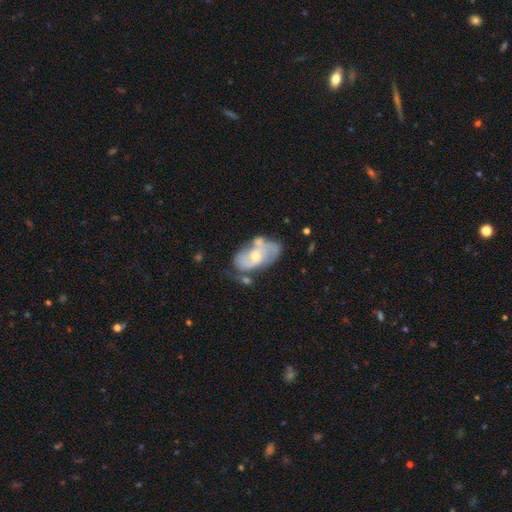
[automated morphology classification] A featured or disk galaxy (68%) with no bar (64%), spiral arms (72%) and a small central bulge (47%, tied with moderate). Merging: none (39%).